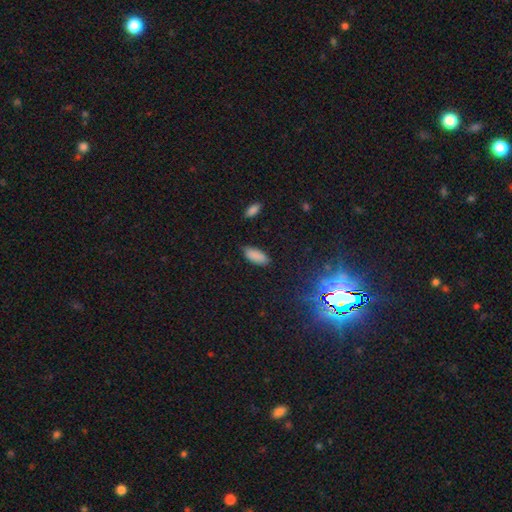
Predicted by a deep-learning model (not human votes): smooth 86%, star or artifact 9%, featured or disk 5%. Down the decision tree: how rounded — in between (85%); merging — none (81%).